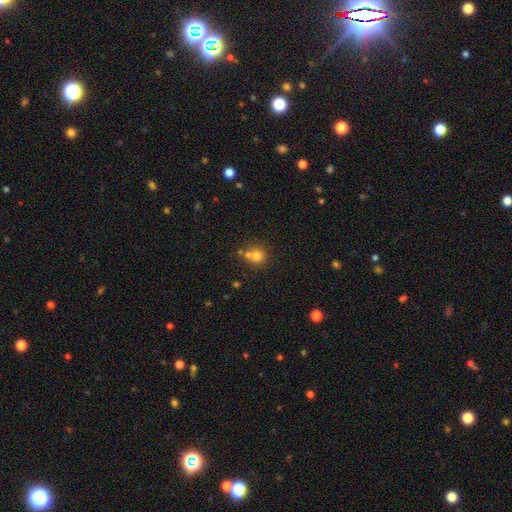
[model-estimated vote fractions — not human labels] smooth_or_featured: smooth (p=0.75) [alt: star or artifact p=0.14]
how_rounded: round (p=0.85) [alt: in between p=0.14]
merging: none (p=0.52) [alt: merger p=0.33]